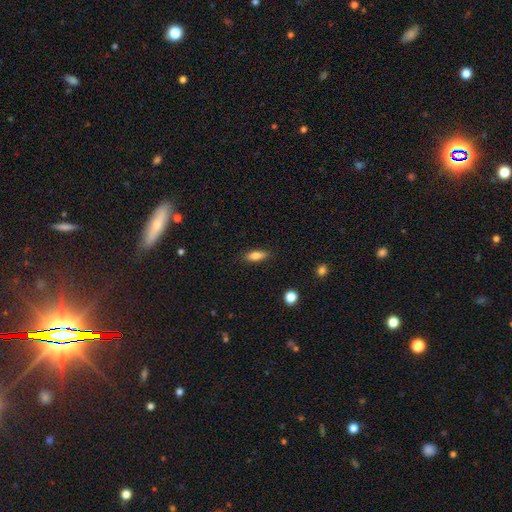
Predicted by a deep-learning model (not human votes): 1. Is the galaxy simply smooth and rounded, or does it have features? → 81% smooth, 12% featured or disk, 8% star or artifact.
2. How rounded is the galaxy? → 63% in between, 34% cigar-shaped, 3% round.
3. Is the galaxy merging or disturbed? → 85% none, 11% minor disturbance, 3% major disturbance, 1% merger.